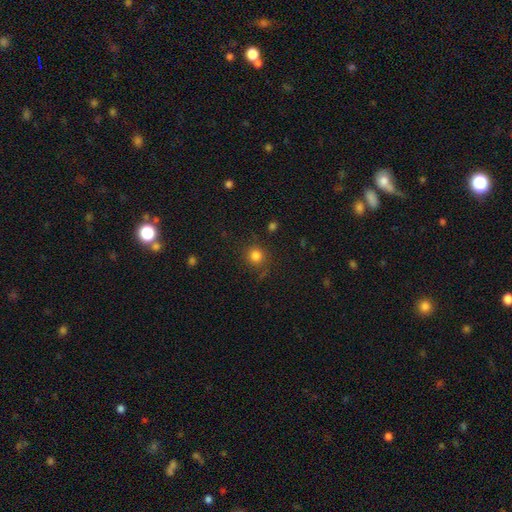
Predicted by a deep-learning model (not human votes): Smooth or featured? Predicted: smooth (p=0.82). How rounded? Predicted: round (p=0.89). Merging? Predicted: none (p=0.81).